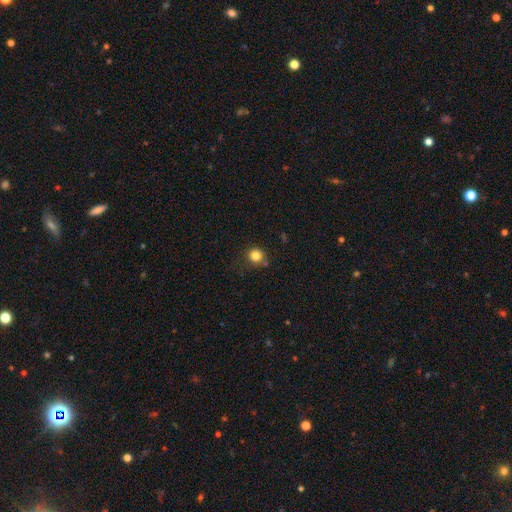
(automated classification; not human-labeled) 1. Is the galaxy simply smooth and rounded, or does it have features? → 82% smooth, 12% star or artifact, 6% featured or disk.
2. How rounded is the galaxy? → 91% round, 8% in between, 1% cigar-shaped.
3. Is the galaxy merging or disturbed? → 77% none, 14% minor disturbance, 5% merger, 4% major disturbance.